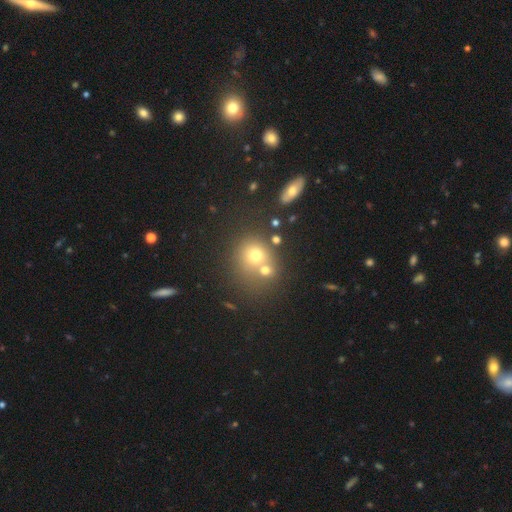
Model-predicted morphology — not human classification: A smooth galaxy with no disk features (65%) that is round (79%).

Vote fractions:
- Smooth or featured? smooth: 65% / featured or disk: 18% / star or artifact: 17%
- How rounded? round: 79% / in between: 20% / cigar-shaped: 1%
- Merging? none: 46% / merger: 40% / minor disturbance: 9% / major disturbance: 5%